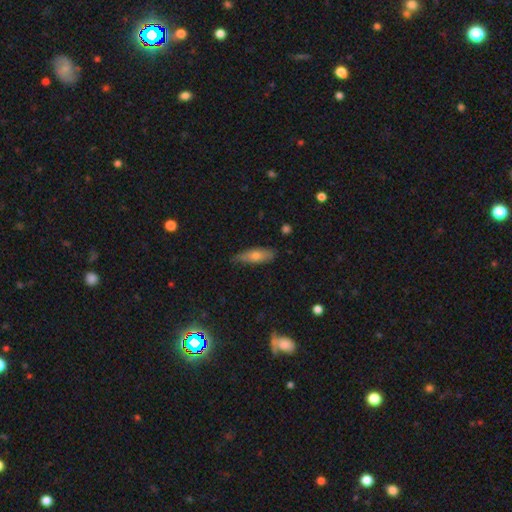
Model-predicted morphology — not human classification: This is likely a smooth galaxy (61%). How rounded: possibly in between (53%). Merging: likely none (77%).